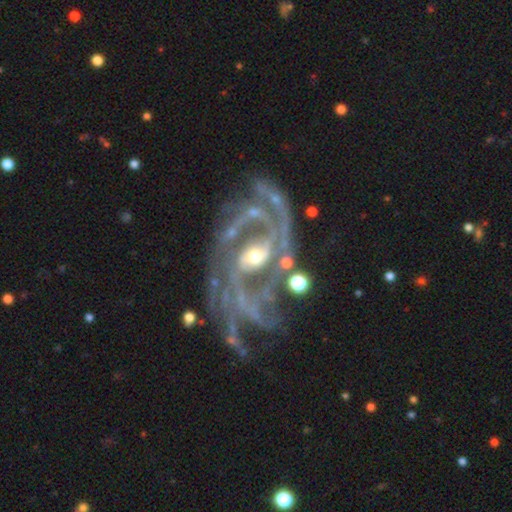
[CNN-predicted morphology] This appears to be a featured or disk galaxy (91%) with a weak bar (35%), 2 (38%) medium (48%) spiral arms (97%) and a small central bulge (49%). Merging: none (48%).